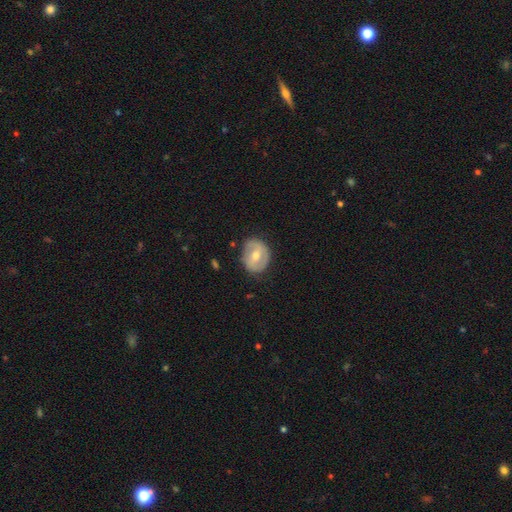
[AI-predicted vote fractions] A featured or disk galaxy (50%). Merging: none (74%).